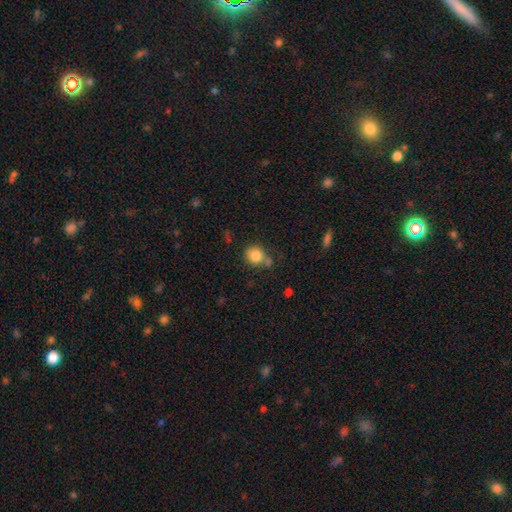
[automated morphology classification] Smooth or featured? Predicted: smooth (p=0.84). How rounded? Predicted: round (p=0.81). Merging? Predicted: none (p=0.62).